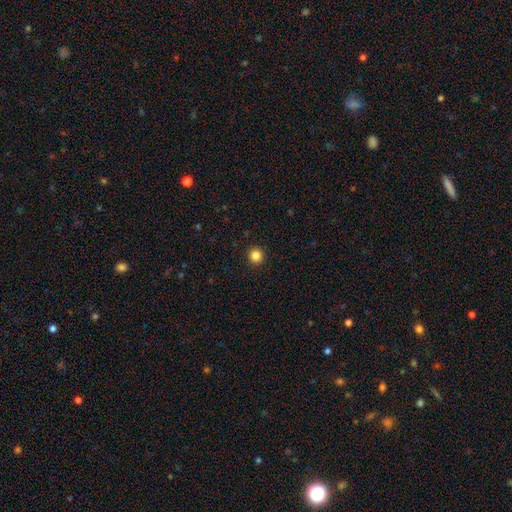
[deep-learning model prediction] Smooth or featured?
  - smooth: 84% *
  - star or artifact: 12%
  - featured or disk: 4%
How rounded?
  - round: 95% *
  - in between: 4%
  - cigar-shaped: 1%
Merging?
  - none: 93% *
  - minor disturbance: 4%
  - major disturbance: 2%
  - merger: 1%